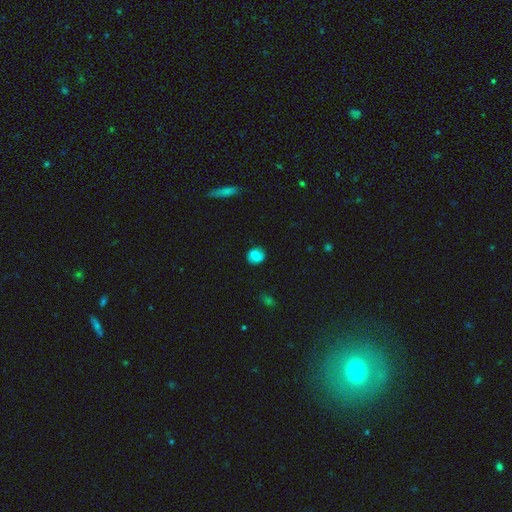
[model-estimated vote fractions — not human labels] A smooth galaxy with no disk features (70%) that is round (73%). Merging: none (83%).